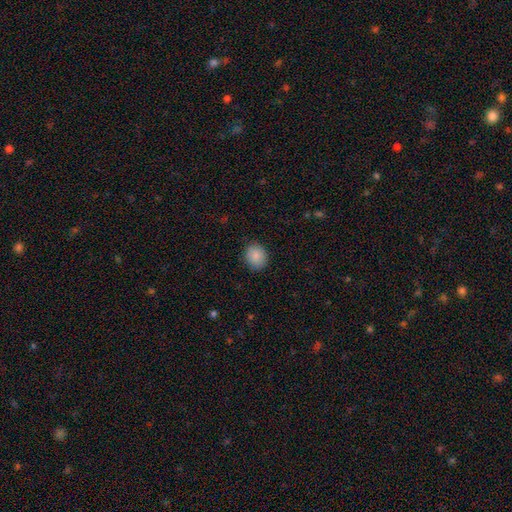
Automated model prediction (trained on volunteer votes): Q: Smooth or featured?
A: smooth (89%); runner-up: star or artifact (8%)
Q: How rounded?
A: round (64%); runner-up: in between (35%)
Q: Merging?
A: none (87%); runner-up: minor disturbance (9%)